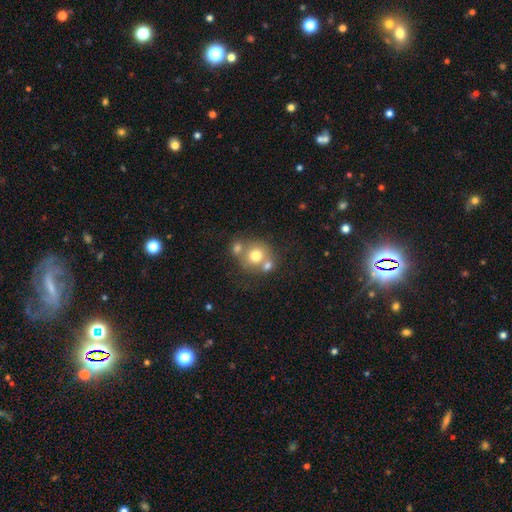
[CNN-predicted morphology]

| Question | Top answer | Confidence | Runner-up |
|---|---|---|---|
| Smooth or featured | smooth | 69% | featured or disk (19%) |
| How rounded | round | 84% | in between (15%) |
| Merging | none | 46% | merger (41%) |